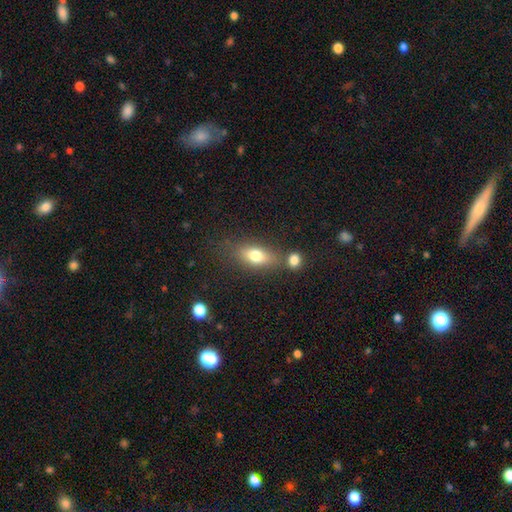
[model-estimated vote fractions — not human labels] Q: Smooth or featured?
A: smooth (75%); runner-up: featured or disk (16%)
Q: How rounded?
A: in between (77%); runner-up: cigar-shaped (13%)
Q: Merging?
A: none (61%); runner-up: merger (17%)